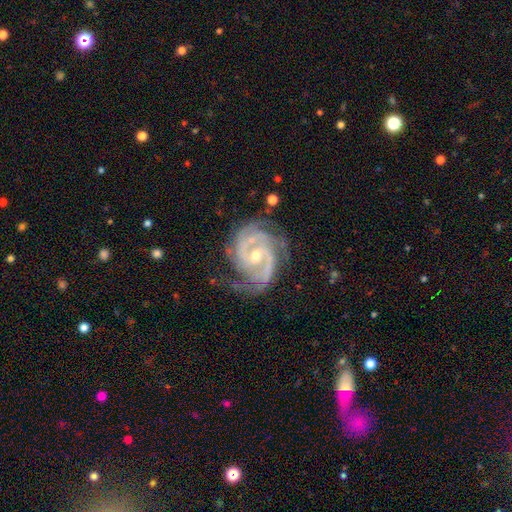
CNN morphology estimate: The model was most divided on "bar": weak: 43%, no: 40%, strong: 17%. More confident: spiral arms — yes (98%); edge-on disk — no (98%); smooth or featured — featured or disk (93%); merging — none (67%); spiral arm count — 2 (54%); spiral winding — tight (53%); bulge size — small (51%).